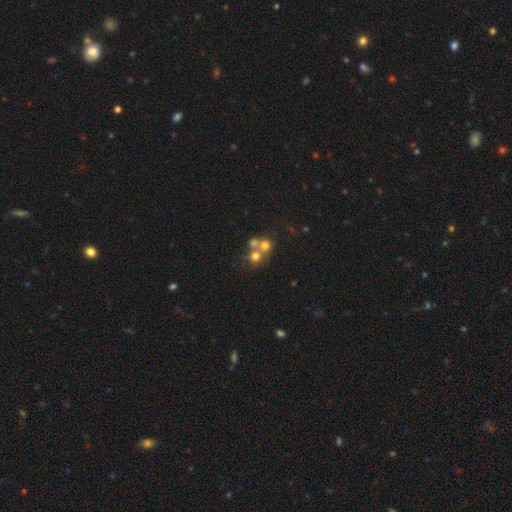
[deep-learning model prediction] smooth 63%, featured or disk 21%, star or artifact 16%. Down the decision tree: how rounded — round (82%); merging — merger (55%).